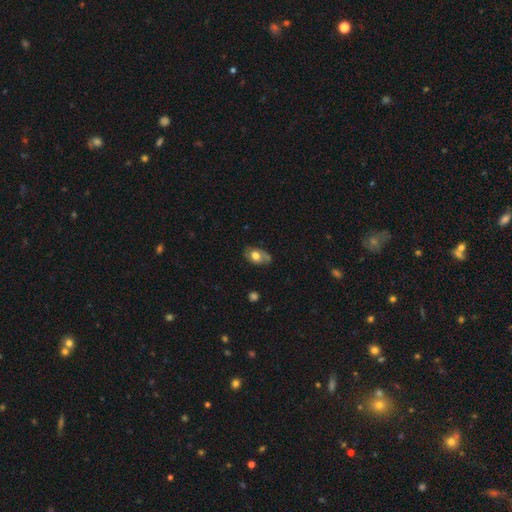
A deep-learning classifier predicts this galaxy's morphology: Smooth or featured?
  - smooth: 57% *
  - featured or disk: 36%
  - star or artifact: 7%
How rounded?
  - in between: 86% *
  - round: 12%
  - cigar-shaped: 2%
Merging?
  - none: 64% *
  - minor disturbance: 27%
  - major disturbance: 7%
  - merger: 2%